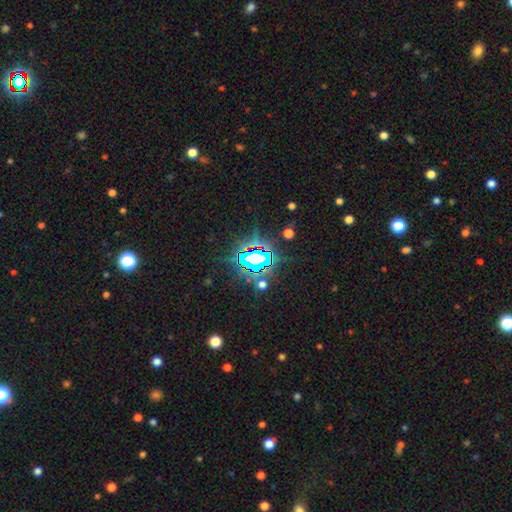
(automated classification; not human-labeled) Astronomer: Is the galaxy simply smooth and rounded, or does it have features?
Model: star or artifact — 73%.